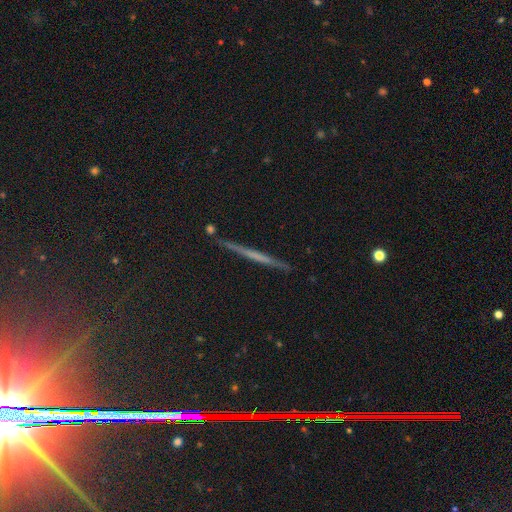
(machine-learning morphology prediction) This is possibly a featured or disk galaxy (49%). Merging: clearly none (90%).